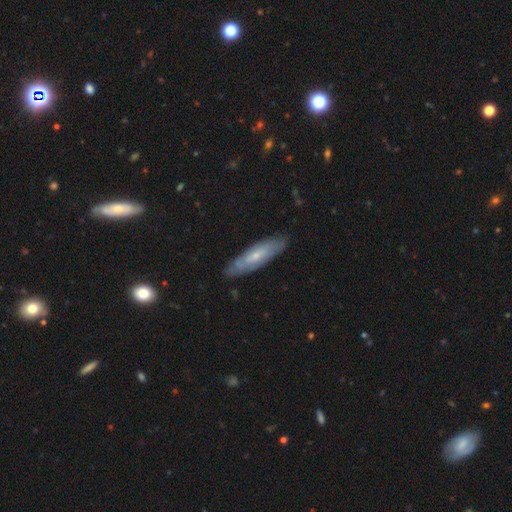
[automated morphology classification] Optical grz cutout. It shows a featured or disk galaxy (53%). Merging: none (81%).